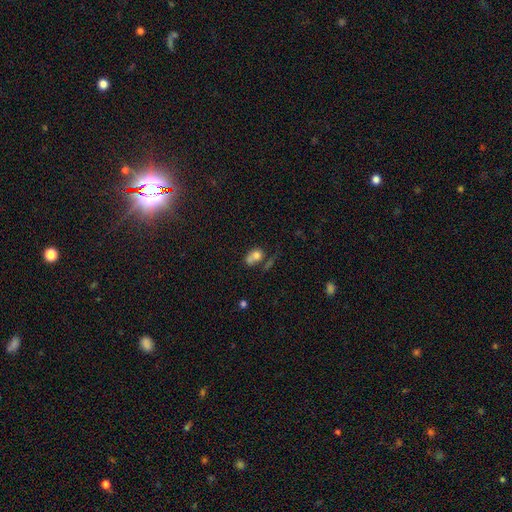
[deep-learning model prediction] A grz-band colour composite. It shows a smooth galaxy with no disk features (71%) that is in between round and cigar-shaped (61%). Merging: merger (37%).